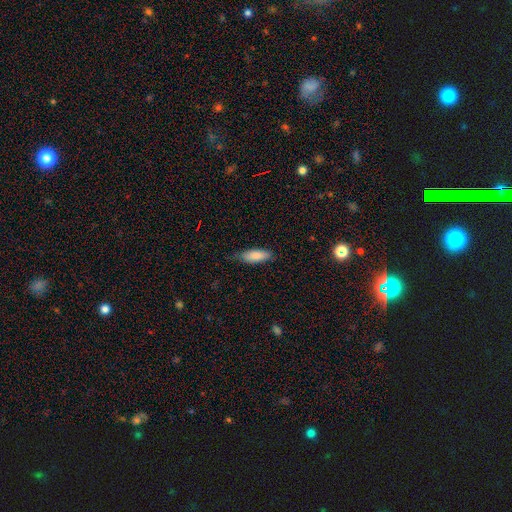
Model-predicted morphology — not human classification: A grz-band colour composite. It shows a smooth galaxy with no disk features (85%) that is in between round and cigar-shaped (63%). Merging: none (72%).